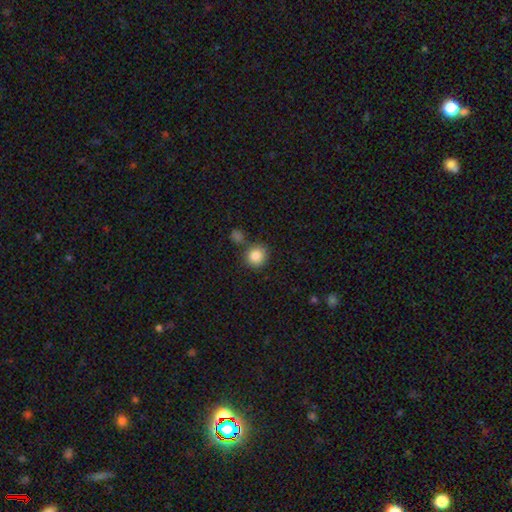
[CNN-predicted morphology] The model was most divided on "merging": none: 75%, merger: 11%, minor disturbance: 11%, major disturbance: 3%. More confident: smooth or featured — smooth (86%); how rounded — round (84%).